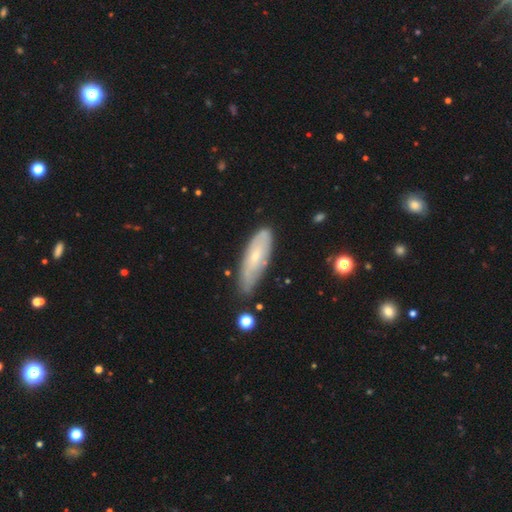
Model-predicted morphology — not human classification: Q: Smooth or featured?
A: featured or disk (48%); runner-up: smooth (45%)
Q: Merging?
A: none (68%); runner-up: minor disturbance (24%)